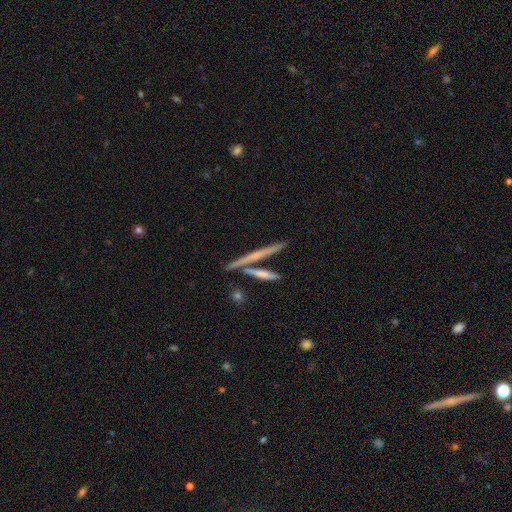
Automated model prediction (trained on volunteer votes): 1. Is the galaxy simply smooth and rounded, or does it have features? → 53% featured or disk, 39% smooth, 8% star or artifact.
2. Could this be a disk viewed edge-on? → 95% yes, 5% no.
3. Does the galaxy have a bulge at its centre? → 77% none, 17% rounded, 6% boxy.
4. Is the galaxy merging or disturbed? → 76% none, 13% merger, 8% minor disturbance, 3% major disturbance.